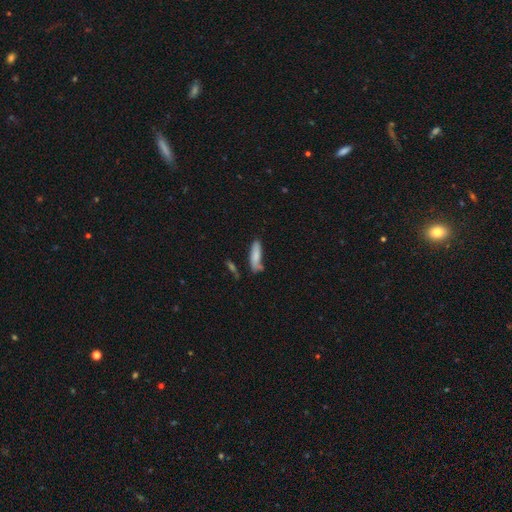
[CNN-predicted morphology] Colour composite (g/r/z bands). It shows a smooth galaxy with no disk features (80%) that is cigar-shaped (66%). Merging: none (60%).